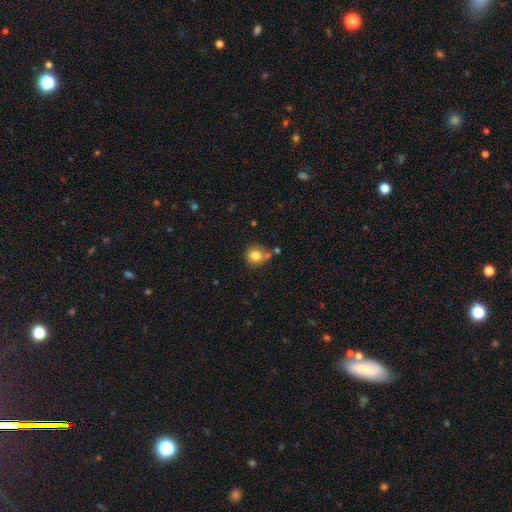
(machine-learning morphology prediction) This appears to be a smooth galaxy with no disk features (81%) that is round (89%). Merging: none (66%).